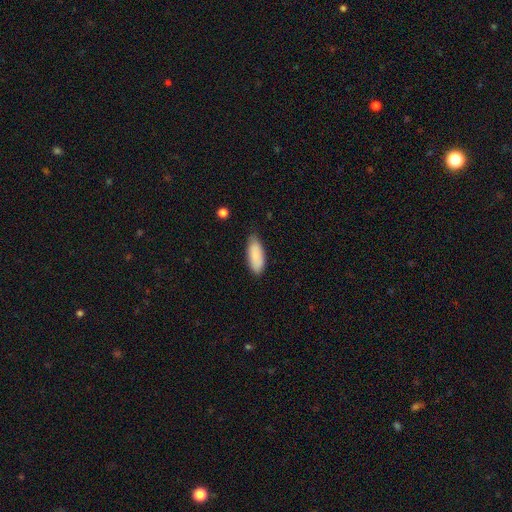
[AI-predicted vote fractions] A smooth galaxy with no disk features (85%) that is in between round and cigar-shaped (80%).

Vote fractions:
- Smooth or featured? smooth: 85% / featured or disk: 9% / star or artifact: 6%
- How rounded? in between: 80% / cigar-shaped: 18% / round: 2%
- Merging? none: 78% / minor disturbance: 18% / major disturbance: 3% / merger: 1%